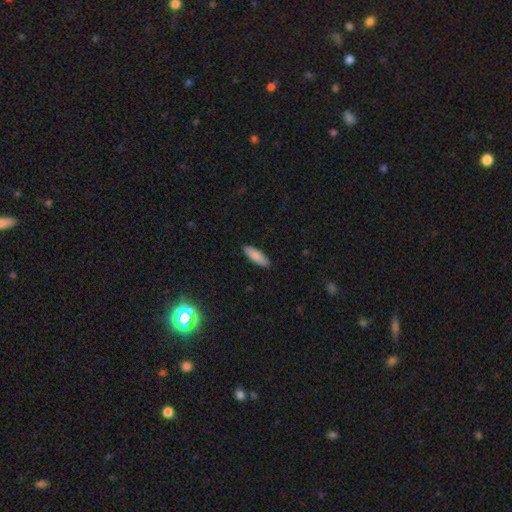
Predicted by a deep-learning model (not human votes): This is clearly a smooth galaxy (84%). How rounded: possibly cigar-shaped (54%). Merging: clearly none (90%).